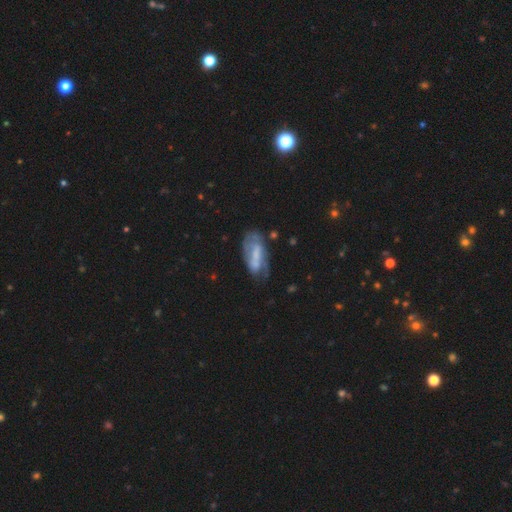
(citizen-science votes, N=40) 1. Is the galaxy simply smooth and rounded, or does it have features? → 65% featured or disk, 28% smooth, 8% star or artifact.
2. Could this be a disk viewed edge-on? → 96% no, 4% yes.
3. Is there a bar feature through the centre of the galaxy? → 48% weak, 28% strong, 24% no.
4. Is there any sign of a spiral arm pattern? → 68% yes, 32% no.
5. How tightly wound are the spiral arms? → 53% medium, 47% tight, 0% loose.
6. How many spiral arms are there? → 41% can't tell, 35% 2, 18% 1, 6% 3, 0% 4, 0% more than 4.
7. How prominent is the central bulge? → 44% moderate, 28% none, 24% small, 4% large, 0% dominant.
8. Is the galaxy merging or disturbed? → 32% none, 27% minor disturbance, 27% major disturbance, 14% merger.